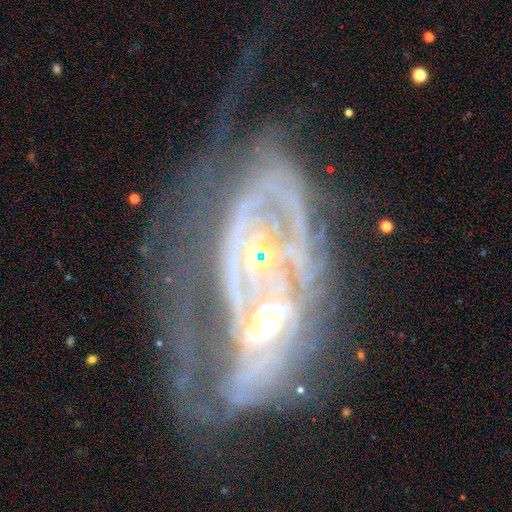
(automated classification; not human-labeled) The model was most divided on "merging": merger: 35%, major disturbance: 29%, none: 22%, minor disturbance: 13%. Remaining: edge-on disk — no (94%); smooth or featured — featured or disk (78%); spiral arms — yes (75%); bar — no (67%); spiral winding — tight (51%); bulge size — moderate (48%); spiral arm count — can't tell (40%).